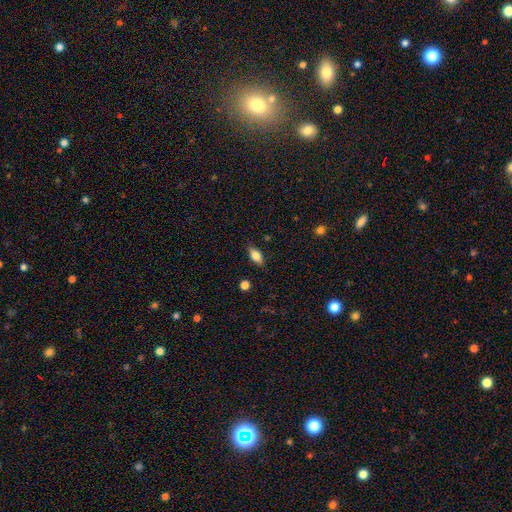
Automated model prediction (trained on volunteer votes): This is likely a smooth galaxy (78%). How rounded: clearly in between (85%). Merging: clearly none (82%).